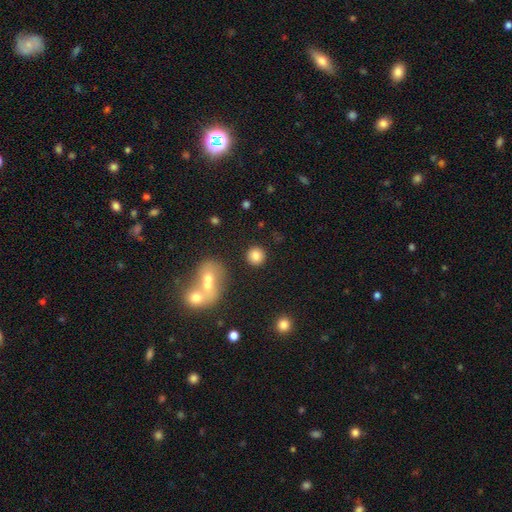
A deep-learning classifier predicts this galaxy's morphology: Smooth or featured?
  - smooth: 83% *
  - star or artifact: 11%
  - featured or disk: 6%
How rounded?
  - round: 91% *
  - in between: 8%
  - cigar-shaped: 1%
Merging?
  - none: 86% *
  - minor disturbance: 6%
  - merger: 5%
  - major disturbance: 3%